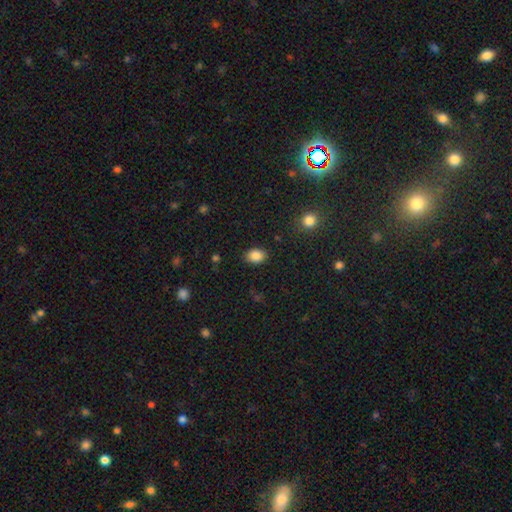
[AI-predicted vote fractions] The model was most divided on "how rounded": in between: 65%, round: 34%, cigar-shaped: 1%. More confident: smooth or featured — smooth (87%); merging — none (87%).